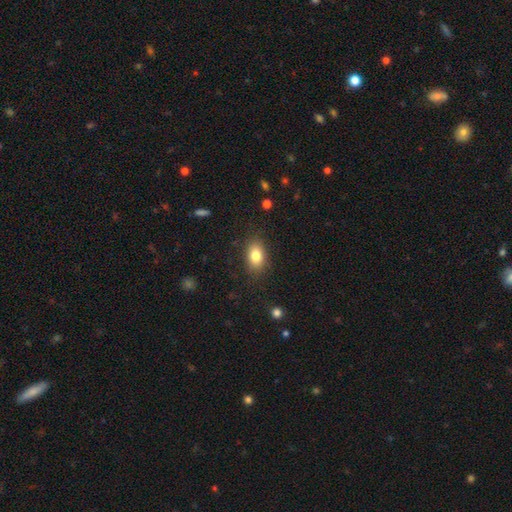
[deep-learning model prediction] Smooth or featured: smooth — 81% (featured or disk — 10%)
How rounded: in between — 84% (round — 14%)
Merging: none — 84% (minor disturbance — 11%)